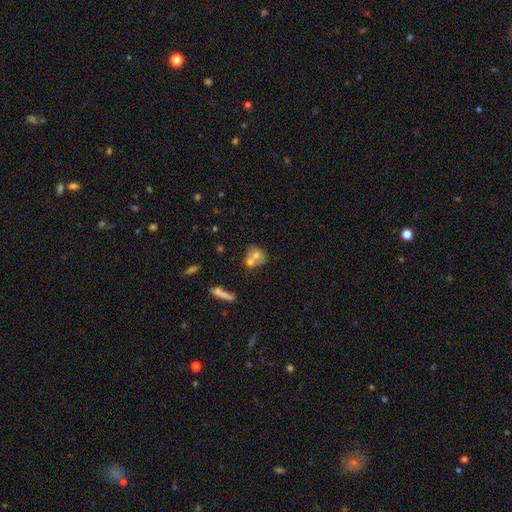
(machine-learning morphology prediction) This is possibly a smooth galaxy (60%). How rounded: possibly round (58%). Merging: possibly merger (59%).